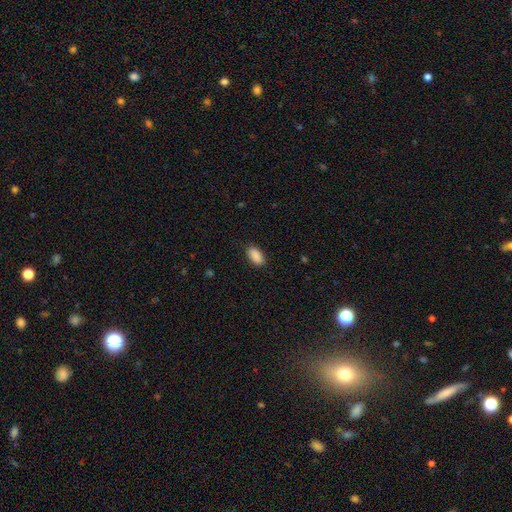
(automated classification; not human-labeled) Overall: smooth (90%). How rounded: in between (91%). Merging: none (88%).